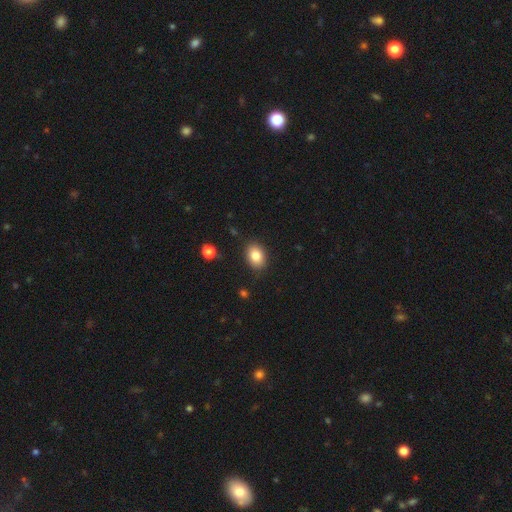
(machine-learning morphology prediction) Smooth or featured?
  - smooth: 84% *
  - star or artifact: 9%
  - featured or disk: 8%
How rounded?
  - in between: 77% *
  - round: 22%
  - cigar-shaped: 1%
Merging?
  - none: 87% *
  - minor disturbance: 9%
  - major disturbance: 2%
  - merger: 1%